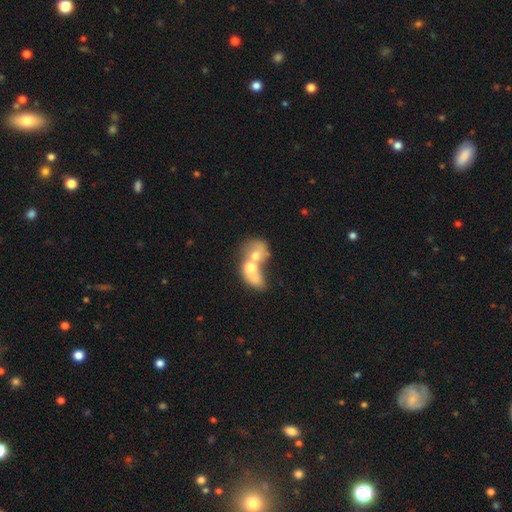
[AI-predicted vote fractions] This appears to be a smooth galaxy with no disk features (54%) that is in between round and cigar-shaped (60%). Merging: merger (85%).